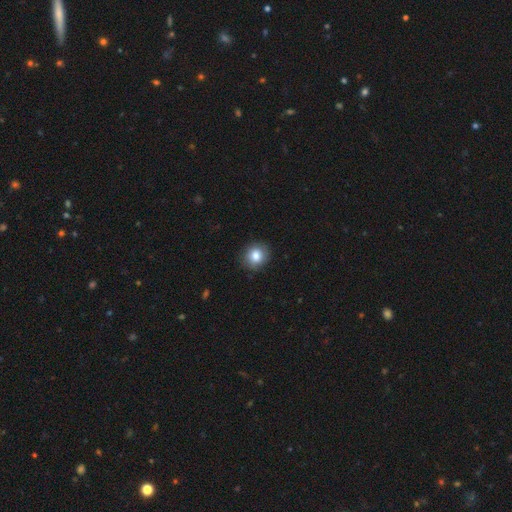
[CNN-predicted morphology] Smooth or featured?
  - smooth: 84% *
  - star or artifact: 9%
  - featured or disk: 8%
How rounded?
  - round: 81% *
  - in between: 18%
  - cigar-shaped: 1%
Merging?
  - none: 88% *
  - minor disturbance: 9%
  - major disturbance: 2%
  - merger: 1%